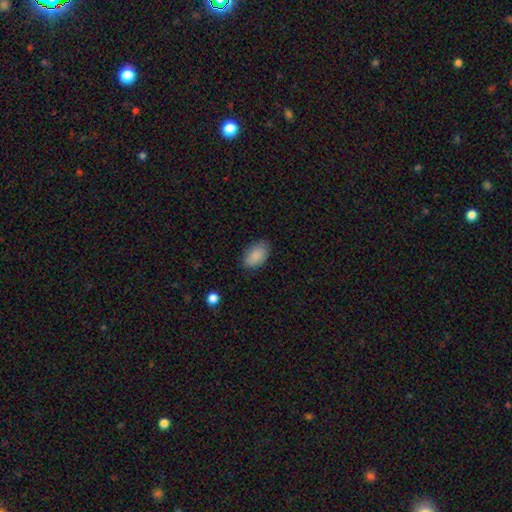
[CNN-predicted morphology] This is clearly a smooth galaxy (89%). How rounded: clearly in between (93%). Merging: clearly none (83%).